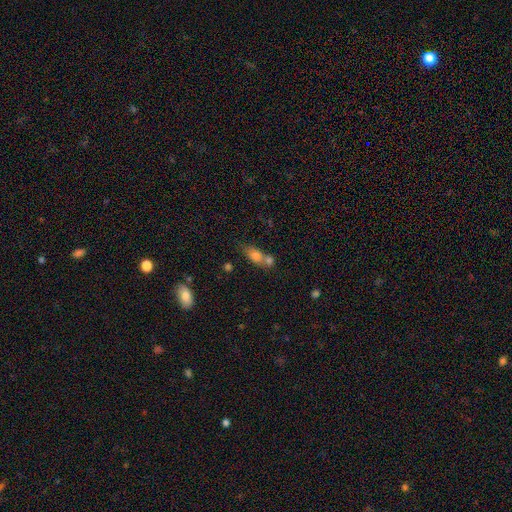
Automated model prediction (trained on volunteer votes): This is likely a smooth galaxy (75%). How rounded: likely in between (69%). Merging: possibly merger (50%).